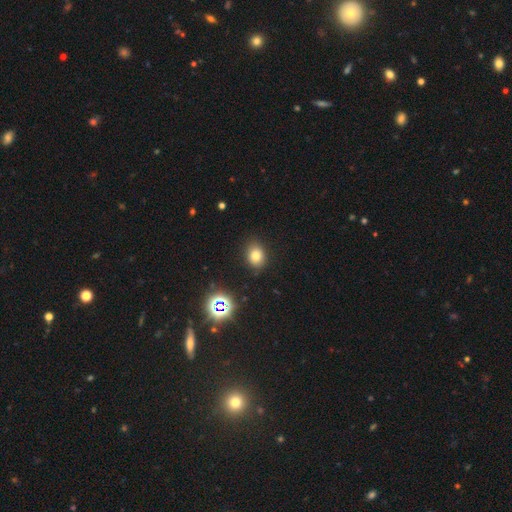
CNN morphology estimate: Overall: smooth (75%). How rounded: in between (55%; round 44%). Merging: none (85%).